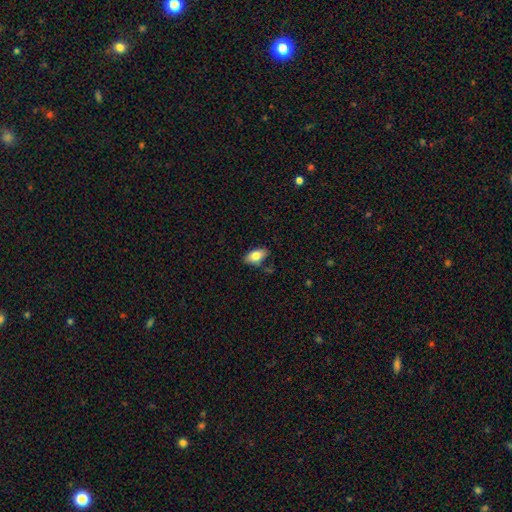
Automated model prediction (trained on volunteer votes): This is clearly a smooth galaxy (80%). How rounded: clearly in between (92%). Merging: likely none (78%).